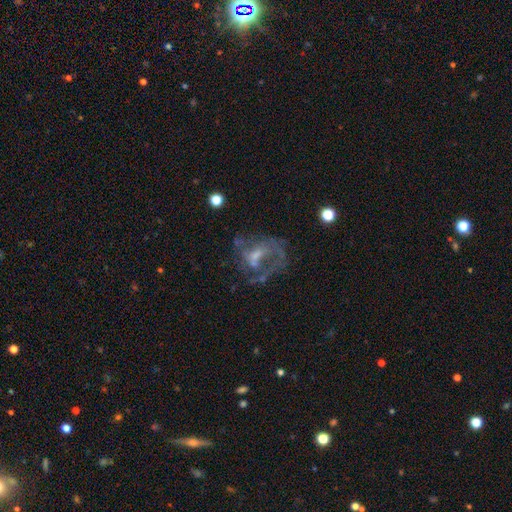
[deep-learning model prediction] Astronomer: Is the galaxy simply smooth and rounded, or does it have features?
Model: featured or disk — 67%.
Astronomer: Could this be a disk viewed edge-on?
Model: no — 97%.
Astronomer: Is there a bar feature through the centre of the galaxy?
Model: no — 55% (runner-up: weak, 36%).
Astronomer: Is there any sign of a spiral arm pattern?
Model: yes — 51% (runner-up: no, 49%).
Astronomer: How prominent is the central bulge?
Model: small — 39% (runner-up: moderate, 30%).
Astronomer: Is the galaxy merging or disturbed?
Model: none — 41% (runner-up: major disturbance, 36%).